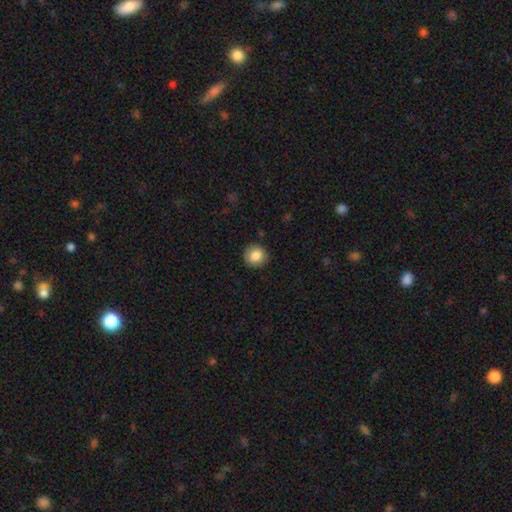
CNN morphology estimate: Smooth or featured?
  - smooth: 86% *
  - star or artifact: 9%
  - featured or disk: 6%
How rounded?
  - round: 92% *
  - in between: 7%
  - cigar-shaped: 1%
Merging?
  - none: 89% *
  - minor disturbance: 8%
  - major disturbance: 2%
  - merger: 1%